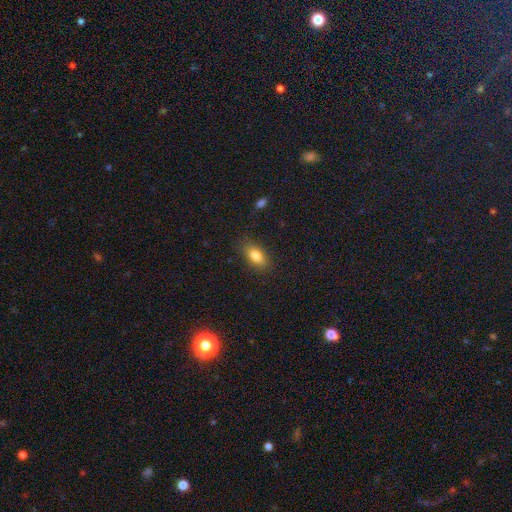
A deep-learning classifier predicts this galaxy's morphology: smooth-or-featured: smooth: 82% | featured or disk: 9% | star or artifact: 9%
  how-rounded: in between: 86% | round: 7% | cigar-shaped: 7%
  merging: none: 85% | minor disturbance: 11% | major disturbance: 3% | merger: 1%